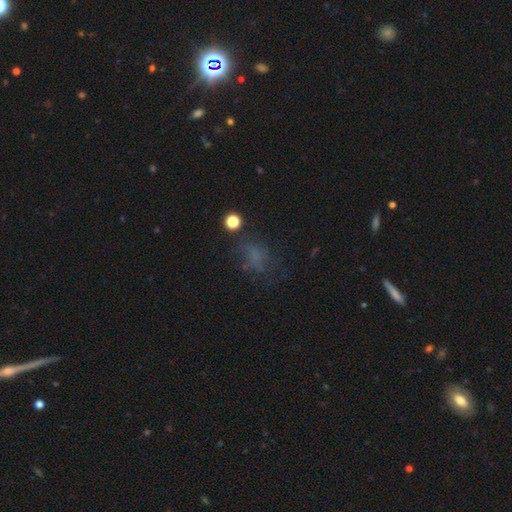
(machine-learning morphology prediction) A smooth galaxy with no disk features (50%).

Vote fractions:
- Smooth or featured? smooth: 50% / star or artifact: 29% / featured or disk: 21%
- Merging? none: 54% / major disturbance: 22% / minor disturbance: 20% / merger: 4%